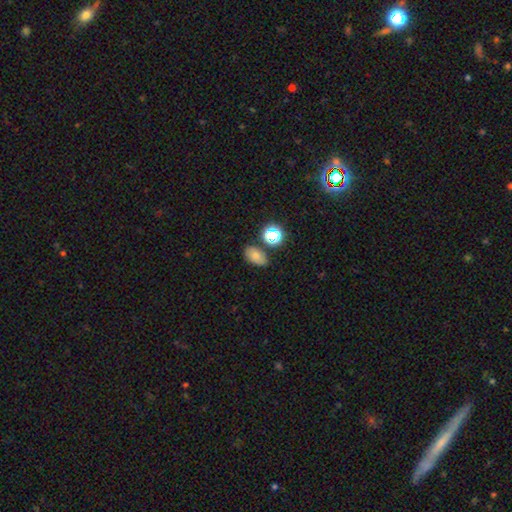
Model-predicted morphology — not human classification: The model was most divided on "smooth or featured": smooth: 69%, star or artifact: 18%, featured or disk: 13%. More confident: how rounded — in between (85%); merging — none (72%).